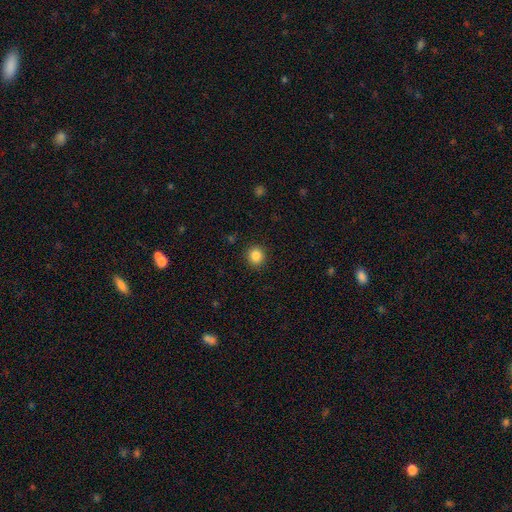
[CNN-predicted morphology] This appears to be a smooth galaxy with no disk features (85%) that is round (89%). Merging: none (91%).